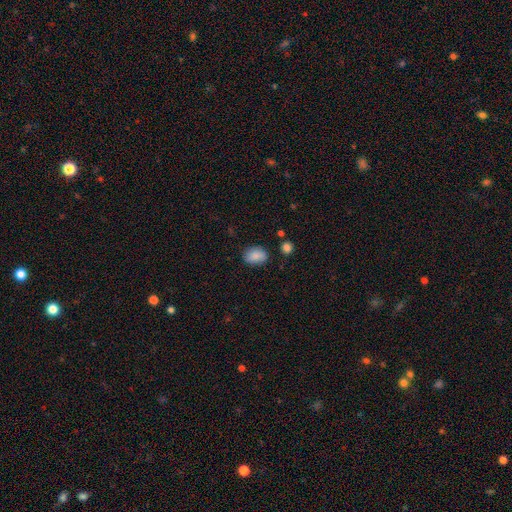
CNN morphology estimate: Overall: smooth (87%). How rounded: in between (77%). Merging: none (78%).